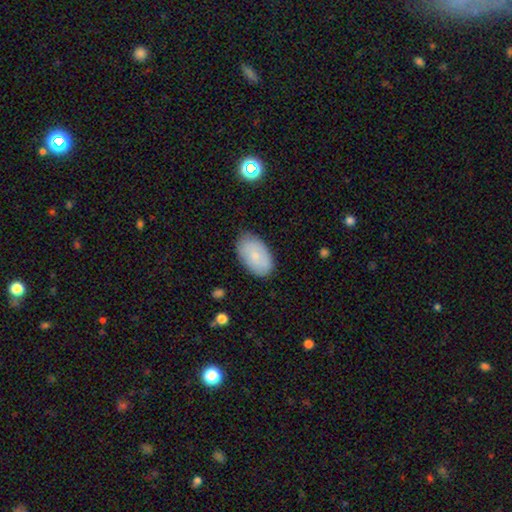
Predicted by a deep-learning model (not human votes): Smooth or featured: smooth — 76% (featured or disk — 18%)
How rounded: in between — 93% (round — 5%)
Merging: none — 82% (minor disturbance — 14%)